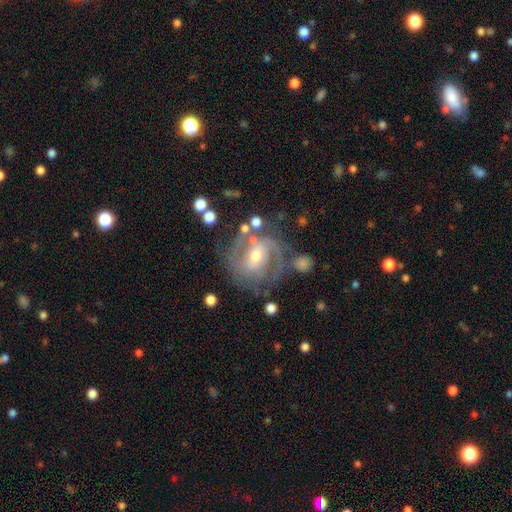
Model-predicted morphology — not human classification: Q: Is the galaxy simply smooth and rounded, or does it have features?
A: featured or disk — 85%.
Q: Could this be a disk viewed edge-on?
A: no — 97%.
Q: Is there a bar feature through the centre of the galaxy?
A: weak — 48%.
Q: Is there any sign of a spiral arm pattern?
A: yes — 93%.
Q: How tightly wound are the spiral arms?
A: tight — 53%.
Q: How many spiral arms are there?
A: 2 — 56%.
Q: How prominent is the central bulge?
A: moderate — 58%.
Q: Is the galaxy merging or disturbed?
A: none — 66%.